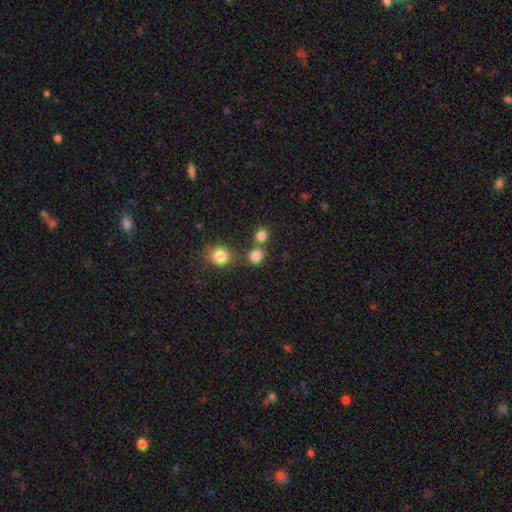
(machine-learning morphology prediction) smooth 82%, star or artifact 13%, featured or disk 5%. Down the decision tree: how rounded — round (73%); merging — none (65%).